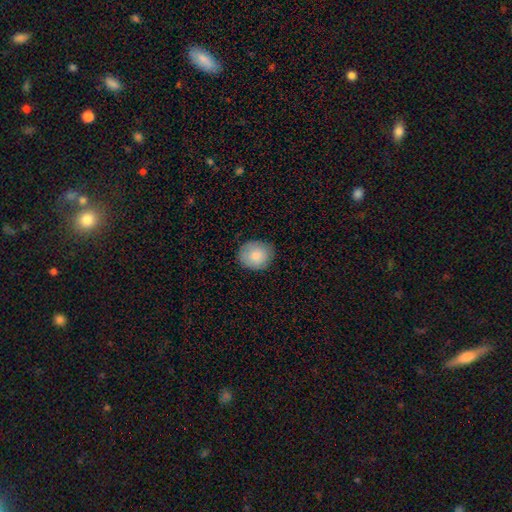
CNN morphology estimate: Smooth or featured: smooth — 82% (featured or disk — 11%)
How rounded: round — 69% (in between — 30%)
Merging: none — 82% (minor disturbance — 14%)